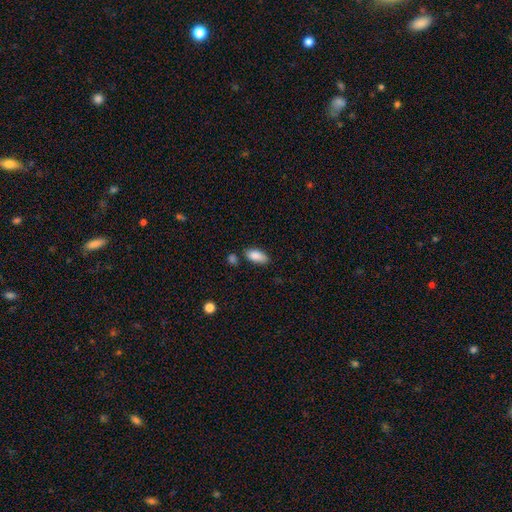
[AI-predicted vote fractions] smooth-or-featured: smooth: 87% | star or artifact: 7% | featured or disk: 6%
  how-rounded: in between: 89% | cigar-shaped: 9% | round: 3%
  merging: none: 71% | minor disturbance: 19% | merger: 7% | major disturbance: 4%